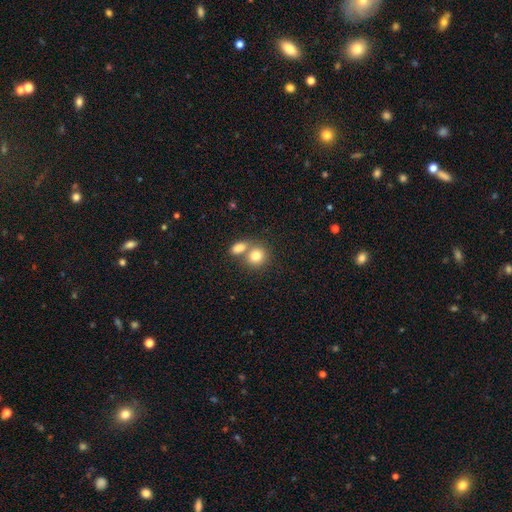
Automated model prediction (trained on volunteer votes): smooth-or-featured: smooth: 81% | featured or disk: 10% | star or artifact: 9%
  how-rounded: round: 75% | in between: 24% | cigar-shaped: 1%
  merging: merger: 47% | none: 43% | minor disturbance: 8% | major disturbance: 3%